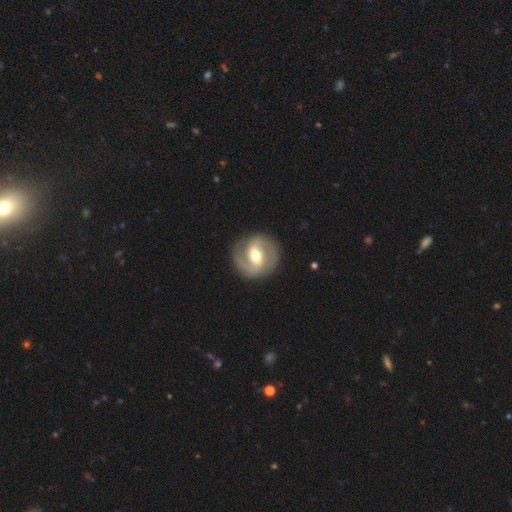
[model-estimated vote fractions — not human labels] Smooth or featured? featured or disk (82%)
Edge-on disk? no (97%)
Bar? weak (43%)
Spiral arms? yes (90%)
Spiral winding? medium (48%)
Spiral arm count? 2 (90%)
Bulge size? moderate (70%)
Merging? none (87%)